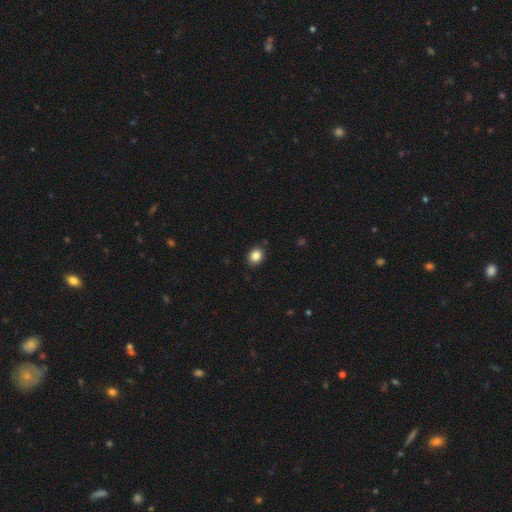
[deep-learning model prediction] A smooth galaxy with no disk features (86%) that is in between round and cigar-shaped (51%). Merging: none (87%).